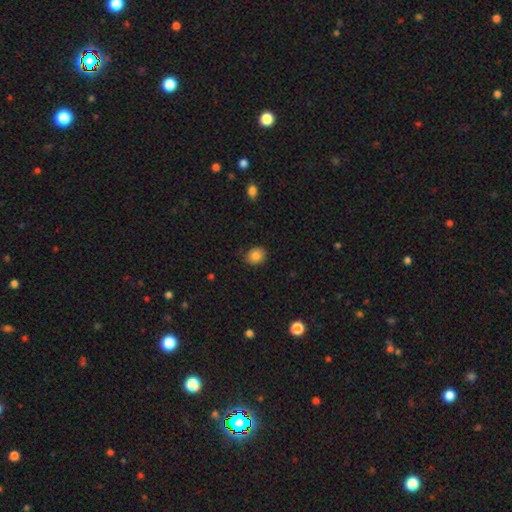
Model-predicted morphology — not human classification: Smooth or featured?
  - smooth: 84% *
  - star or artifact: 10%
  - featured or disk: 6%
How rounded?
  - round: 64% *
  - in between: 35%
  - cigar-shaped: 1%
Merging?
  - none: 81% *
  - minor disturbance: 15%
  - major disturbance: 3%
  - merger: 1%